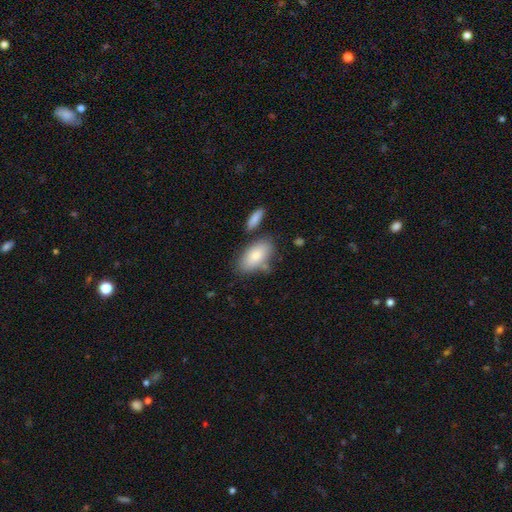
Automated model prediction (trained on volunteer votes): Smooth or featured? smooth (81%)
How rounded? in between (92%)
Merging? none (67%)